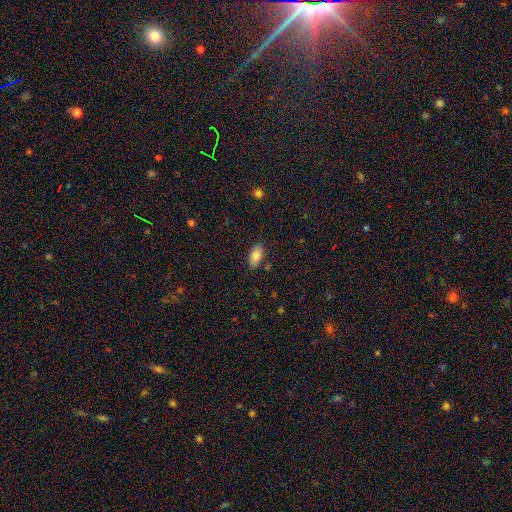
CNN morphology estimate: Smooth or featured?
  - smooth: 83% *
  - featured or disk: 9%
  - star or artifact: 8%
How rounded?
  - in between: 93% *
  - round: 4%
  - cigar-shaped: 4%
Merging?
  - none: 82% *
  - minor disturbance: 12%
  - merger: 3%
  - major disturbance: 3%